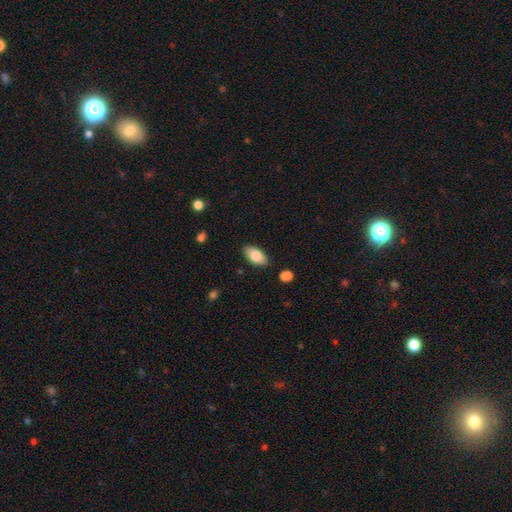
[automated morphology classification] This appears to be a smooth galaxy with no disk features (78%) that is in between round and cigar-shaped (92%). Merging: none (86%).